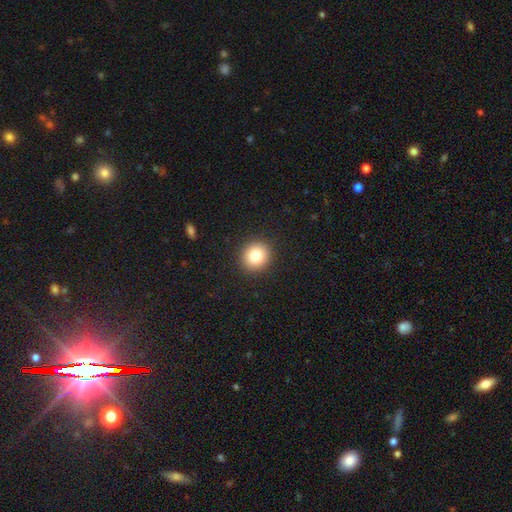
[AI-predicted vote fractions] Smooth or featured?
  - smooth: 83% *
  - star or artifact: 10%
  - featured or disk: 7%
How rounded?
  - round: 88% *
  - in between: 11%
  - cigar-shaped: 1%
Merging?
  - none: 91% *
  - minor disturbance: 6%
  - major disturbance: 2%
  - merger: 1%